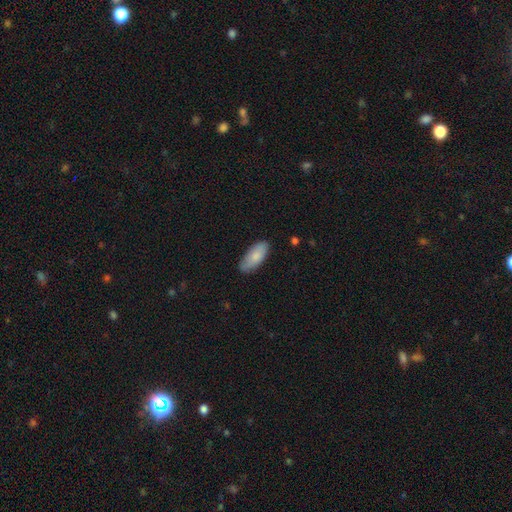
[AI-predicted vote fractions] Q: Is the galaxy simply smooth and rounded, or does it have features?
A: smooth — 83%.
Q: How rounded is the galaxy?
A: in between — 85%.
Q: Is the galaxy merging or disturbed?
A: none — 81%.